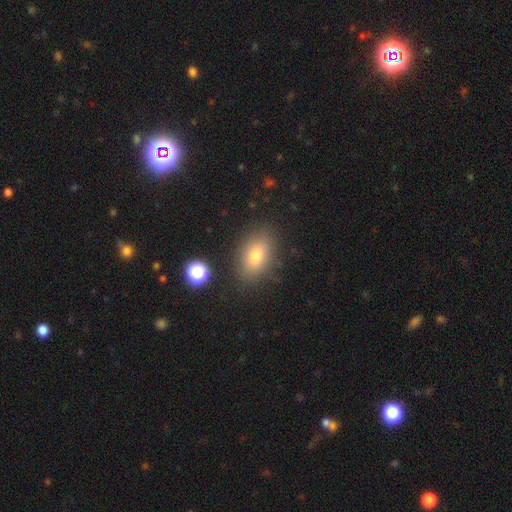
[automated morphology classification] Smooth or featured: smooth — 74% (featured or disk — 14%)
How rounded: in between — 82% (round — 16%)
Merging: none — 84% (minor disturbance — 10%)